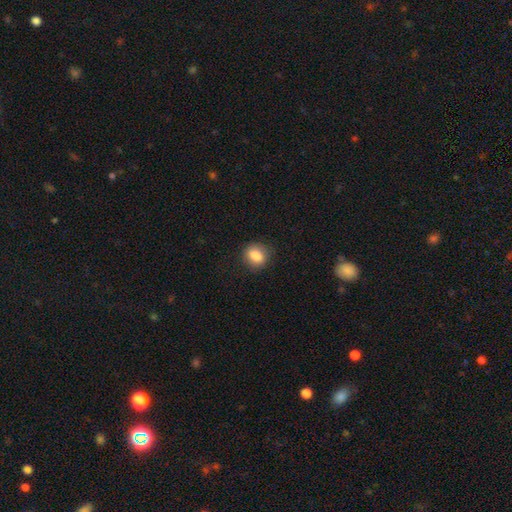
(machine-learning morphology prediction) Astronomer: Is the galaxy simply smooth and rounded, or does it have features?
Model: smooth — 86%.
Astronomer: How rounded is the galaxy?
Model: round — 58% (runner-up: in between, 41%).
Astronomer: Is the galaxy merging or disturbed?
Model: none — 81%.